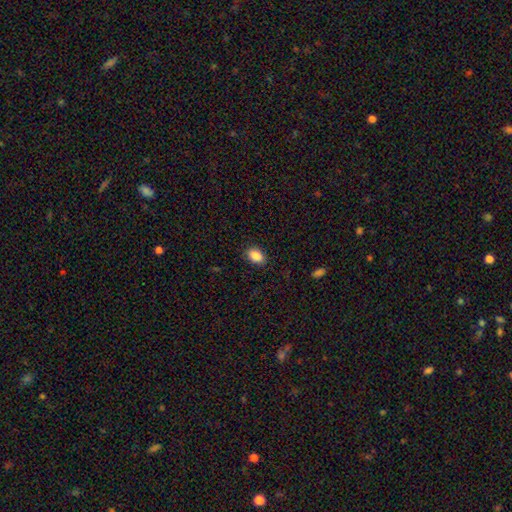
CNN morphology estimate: This is clearly a smooth galaxy (88%). How rounded: clearly in between (88%). Merging: clearly none (87%).